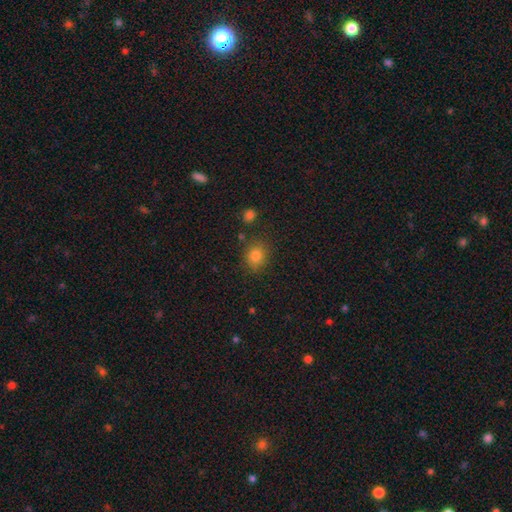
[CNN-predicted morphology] smooth_or_featured: smooth (p=0.81) [alt: star or artifact p=0.12]
how_rounded: round (p=0.65) [alt: in between p=0.34]
merging: none (p=0.81) [alt: minor disturbance p=0.12]